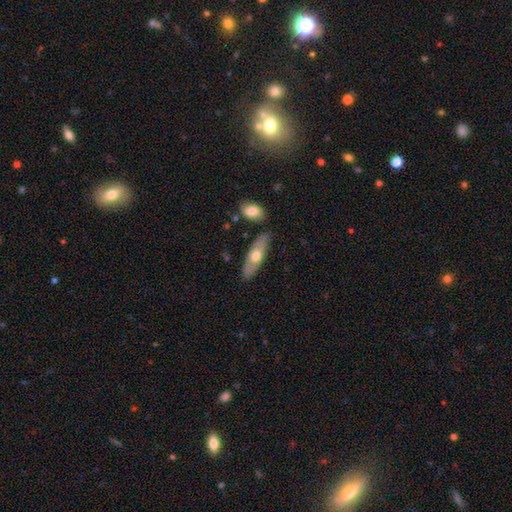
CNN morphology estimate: A smooth galaxy with no disk features (51%) that is in between round and cigar-shaped (51%). Merging: none (81%).